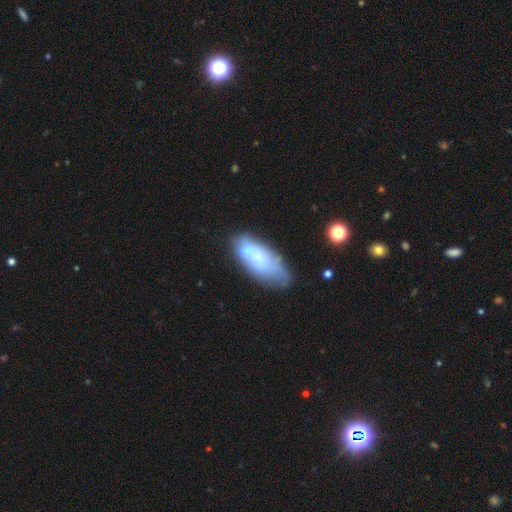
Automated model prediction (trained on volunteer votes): Q: Smooth or featured?
A: smooth (55%); runner-up: featured or disk (36%)
Q: How rounded?
A: in between (79%); runner-up: cigar-shaped (18%)
Q: Merging?
A: none (48%); runner-up: minor disturbance (27%)